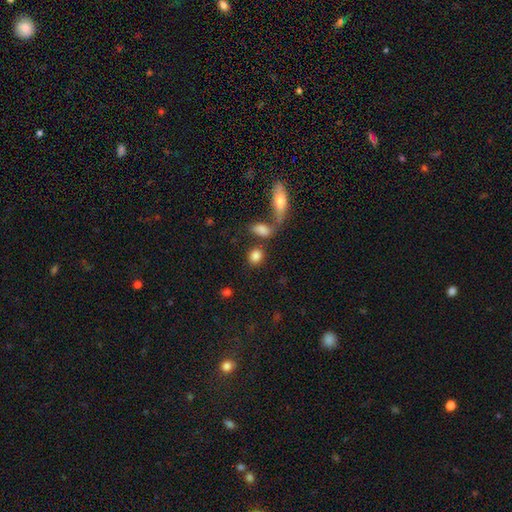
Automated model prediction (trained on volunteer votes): Morphology: type=smooth (84%); roundness=round (60%); merging=none (65%).